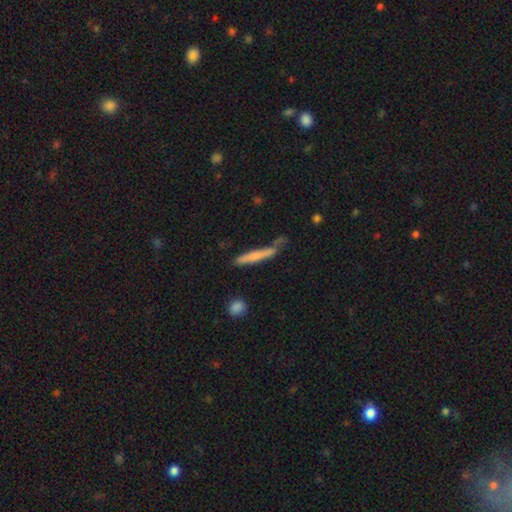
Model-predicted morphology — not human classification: Smooth or featured? Predicted: smooth (p=0.66). How rounded? Predicted: cigar-shaped (p=0.94). Merging? Predicted: none (p=0.63).